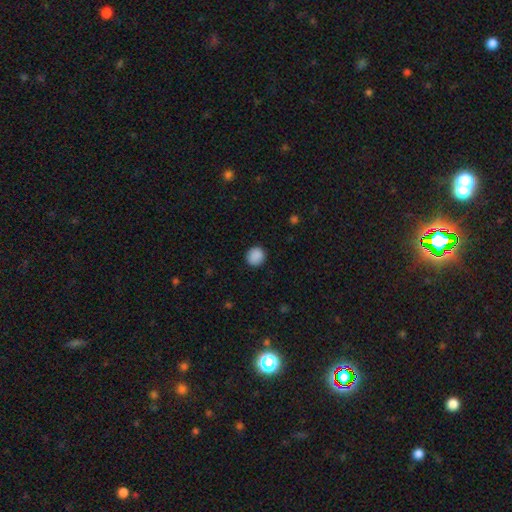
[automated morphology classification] smooth_or_featured: smooth (p=0.89) [alt: star or artifact p=0.08]
how_rounded: round (p=0.88) [alt: in between p=0.11]
merging: none (p=0.89) [alt: minor disturbance p=0.08]